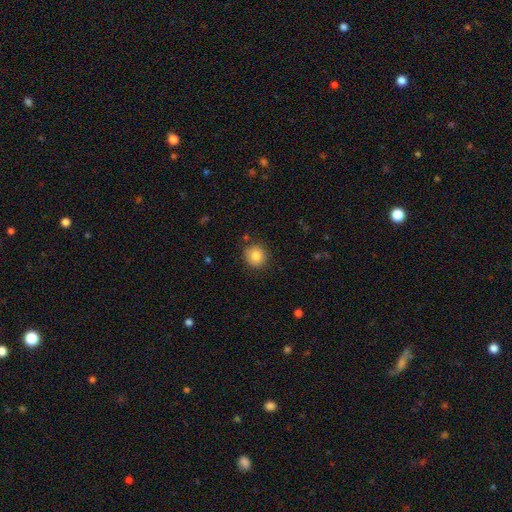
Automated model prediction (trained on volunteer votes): Morphology: type=smooth (84%); roundness=round (92%); merging=none (88%).